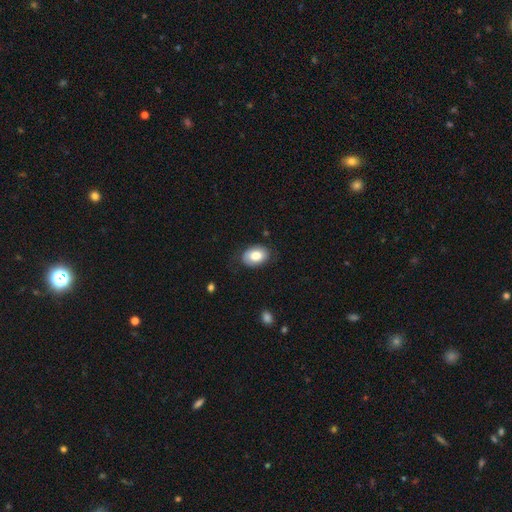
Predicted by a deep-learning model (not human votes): Q: Smooth or featured?
A: smooth (79%); runner-up: featured or disk (14%)
Q: How rounded?
A: in between (82%); runner-up: round (17%)
Q: Merging?
A: none (78%); runner-up: minor disturbance (17%)